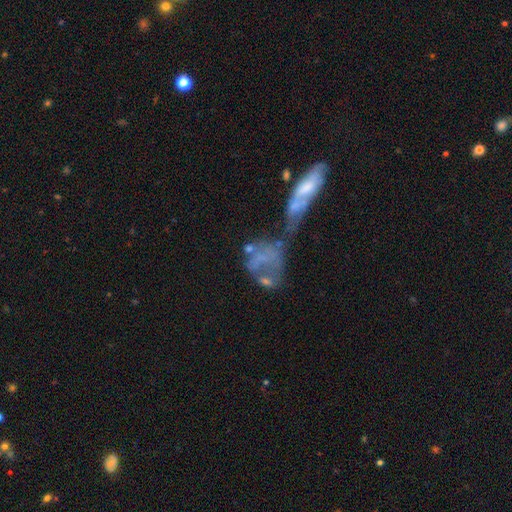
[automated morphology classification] A featured or disk galaxy (48%).

Vote fractions:
- Smooth or featured? featured or disk: 48% / smooth: 37% / star or artifact: 15%
- Merging? merger: 53% / major disturbance: 23% / none: 14% / minor disturbance: 10%